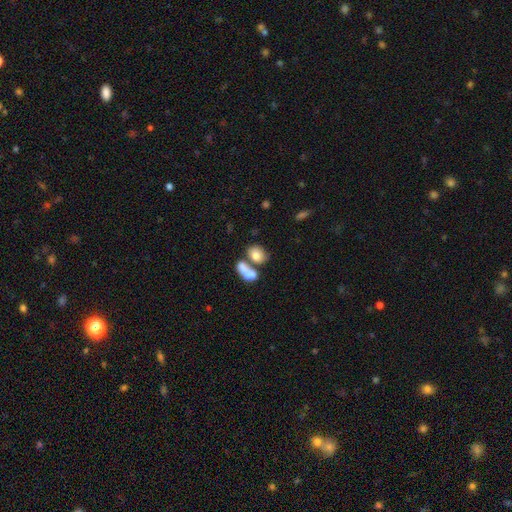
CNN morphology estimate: Smooth or featured: smooth — 76% (featured or disk — 15%)
How rounded: in between — 66% (round — 32%)
Merging: merger — 53% (none — 31%)